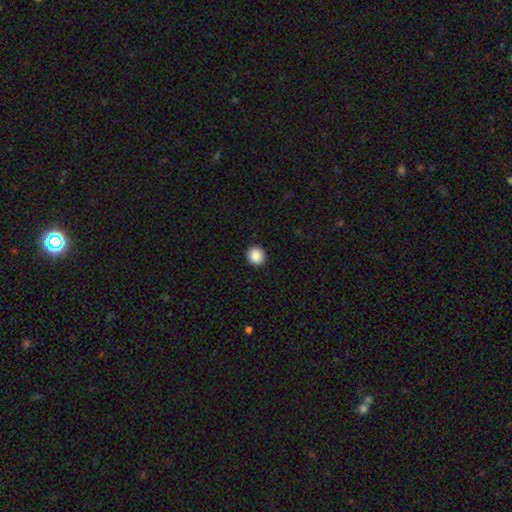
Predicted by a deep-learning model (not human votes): Smooth or featured?
  - smooth: 89% *
  - star or artifact: 9%
  - featured or disk: 3%
How rounded?
  - round: 92% *
  - in between: 7%
  - cigar-shaped: 1%
Merging?
  - none: 93% *
  - minor disturbance: 5%
  - major disturbance: 2%
  - merger: 1%